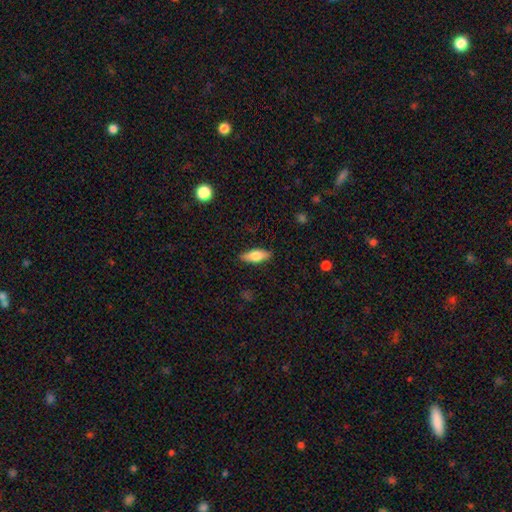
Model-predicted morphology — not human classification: A smooth galaxy with no disk features (71%) that is in between round and cigar-shaped (65%). Merging: none (88%).